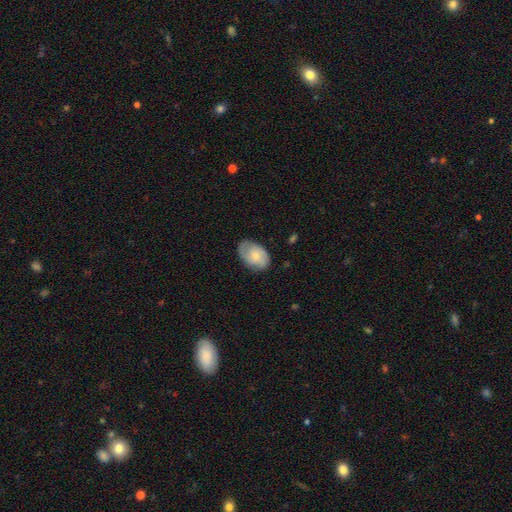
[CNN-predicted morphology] This is possibly a smooth galaxy (48%). Merging: likely none (74%).